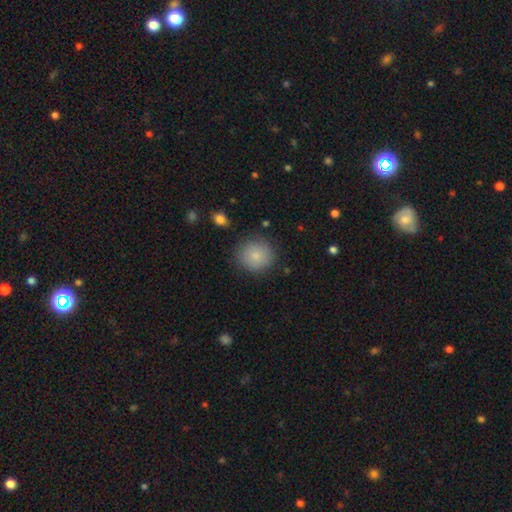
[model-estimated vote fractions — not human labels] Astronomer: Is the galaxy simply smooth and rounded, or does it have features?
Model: smooth — 83%.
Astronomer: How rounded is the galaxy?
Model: round — 89%.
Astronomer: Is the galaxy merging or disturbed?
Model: none — 83%.